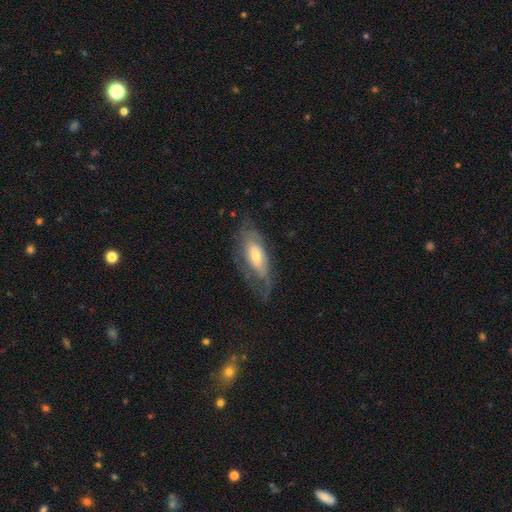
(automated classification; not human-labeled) Morphology: type=featured or disk (62%); edge-on=no (81%); merging=none (54%).